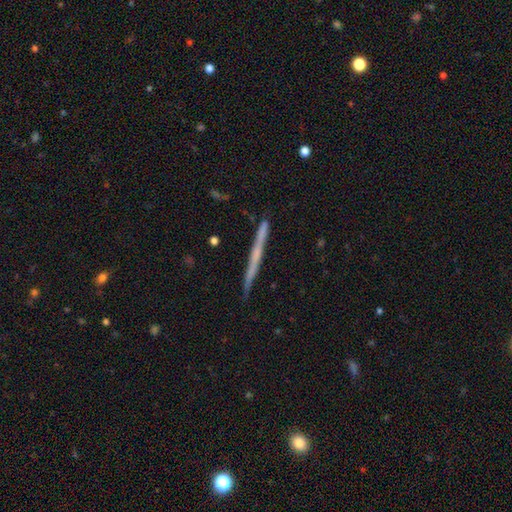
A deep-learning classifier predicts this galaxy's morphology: type=featured or disk (59%); edge-on=yes (98%); edge-on bulge=none (78%); merging=none (90%).